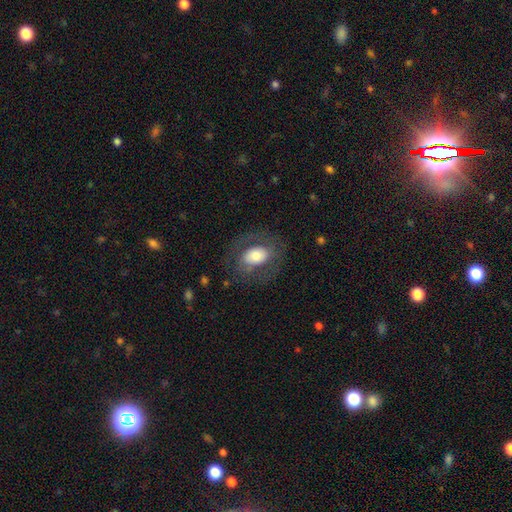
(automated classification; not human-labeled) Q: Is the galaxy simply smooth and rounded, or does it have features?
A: smooth — 58%.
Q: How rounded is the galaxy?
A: in between — 75%.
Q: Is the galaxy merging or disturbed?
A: none — 70%.